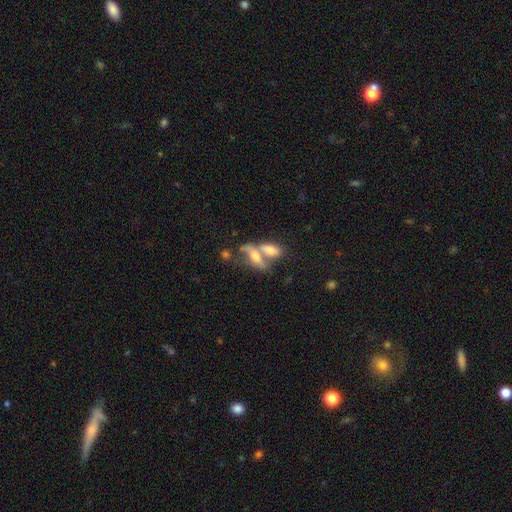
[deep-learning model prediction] Overall: smooth (53%; featured or disk 38%). How rounded: in between (71%). Merging: merger (62%; none 22%).